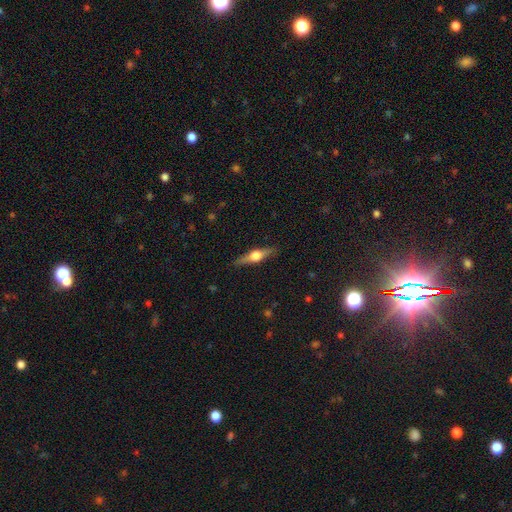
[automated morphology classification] smooth_or_featured: featured or disk (p=0.69) [alt: smooth p=0.25]
disk_edge_on: yes (p=0.97) [alt: no p=0.03]
edge_on_bulge: rounded (p=0.95) [alt: boxy p=0.04]
merging: none (p=0.89) [alt: minor disturbance p=0.08]